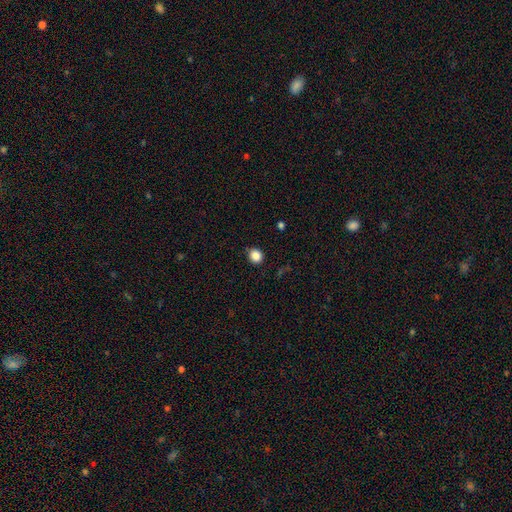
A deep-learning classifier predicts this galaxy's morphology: This appears to be a smooth galaxy with no disk features (86%) that is round (77%). Merging: none (87%).